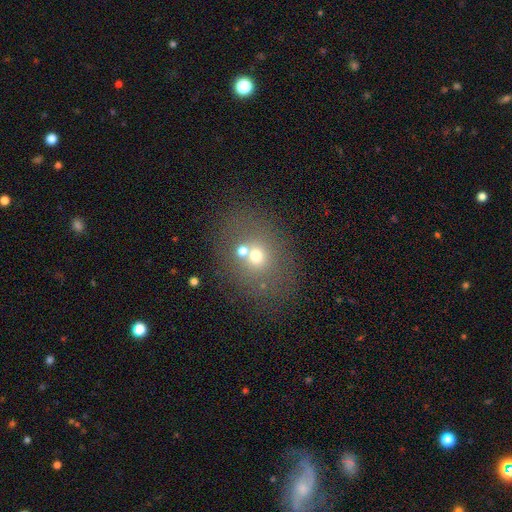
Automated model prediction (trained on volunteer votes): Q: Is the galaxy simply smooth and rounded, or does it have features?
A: smooth — 51%.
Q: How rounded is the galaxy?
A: in between — 58%.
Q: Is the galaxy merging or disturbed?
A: none — 59%.